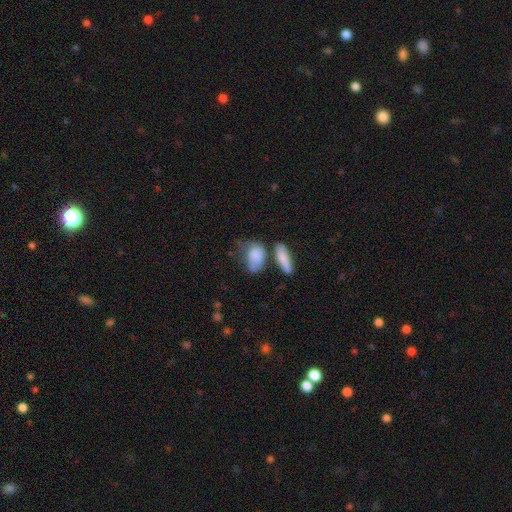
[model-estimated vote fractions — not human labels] Smooth or featured: smooth — 78% (featured or disk — 15%)
How rounded: in between — 77% (round — 16%)
Merging: none — 32% (minor disturbance — 28%)